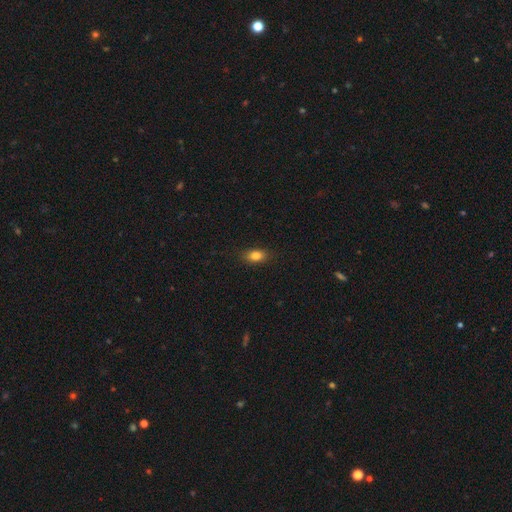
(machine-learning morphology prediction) This appears to be a smooth galaxy with no disk features (83%) that is in between round and cigar-shaped (82%). Merging: none (86%).